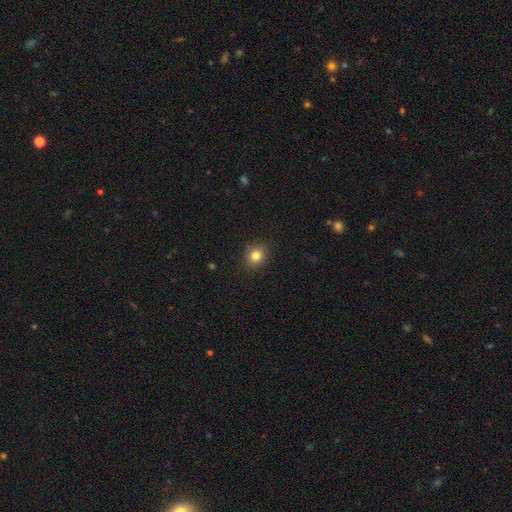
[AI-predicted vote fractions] This is clearly a smooth galaxy (82%). How rounded: likely round (74%). Merging: clearly none (89%).